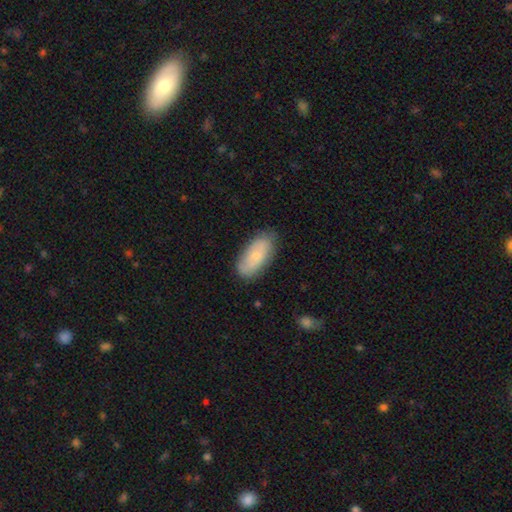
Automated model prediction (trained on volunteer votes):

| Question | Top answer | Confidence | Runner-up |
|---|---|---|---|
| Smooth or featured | smooth | 66% | featured or disk (28%) |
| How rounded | in between | 91% | cigar-shaped (6%) |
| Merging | none | 78% | minor disturbance (18%) |